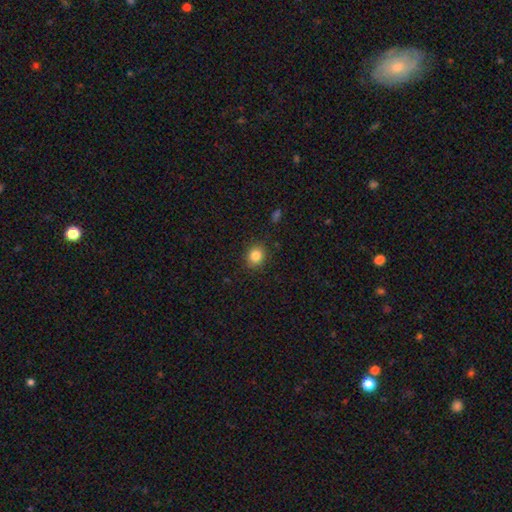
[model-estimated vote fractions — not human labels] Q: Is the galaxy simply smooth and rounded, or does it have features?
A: smooth — 84%.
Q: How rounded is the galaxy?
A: round — 71%.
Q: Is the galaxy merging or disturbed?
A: none — 88%.